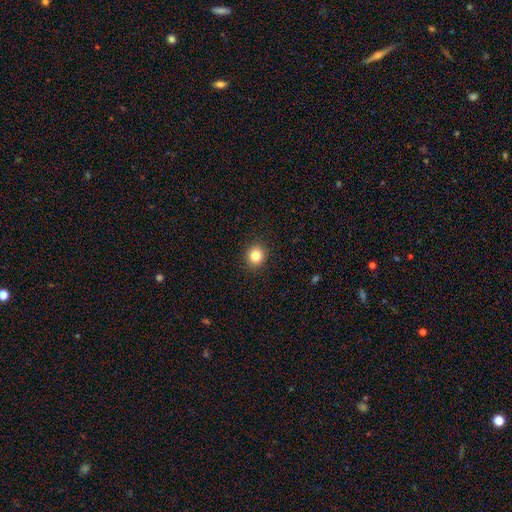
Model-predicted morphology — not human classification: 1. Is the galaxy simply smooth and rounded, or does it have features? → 83% smooth, 11% star or artifact, 6% featured or disk.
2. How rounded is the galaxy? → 88% round, 11% in between, 1% cigar-shaped.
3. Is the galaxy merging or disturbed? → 92% none, 5% minor disturbance, 2% major disturbance, 1% merger.